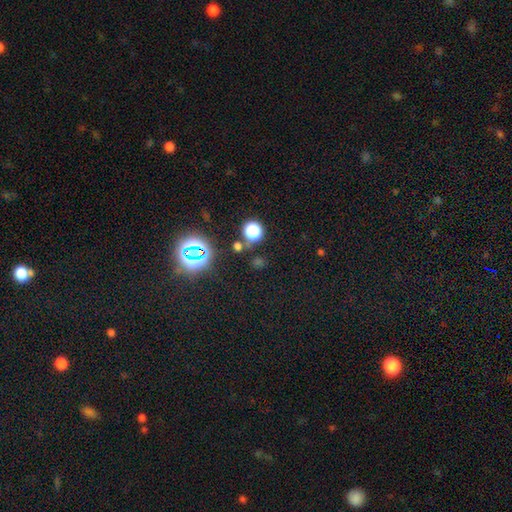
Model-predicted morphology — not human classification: Smooth or featured? star or artifact (73%)